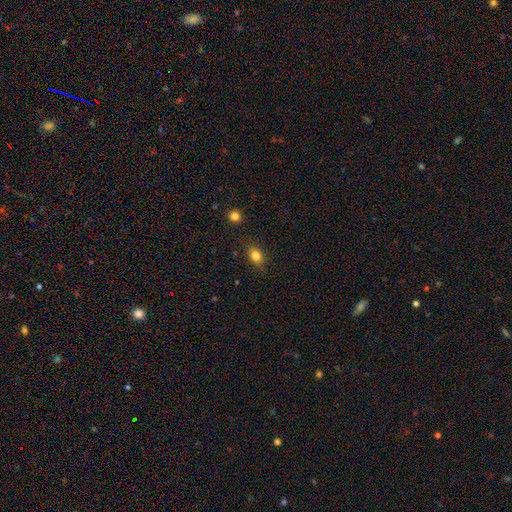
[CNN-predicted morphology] A smooth galaxy with no disk features (82%) that is in between round and cigar-shaped (62%). Merging: none (83%).